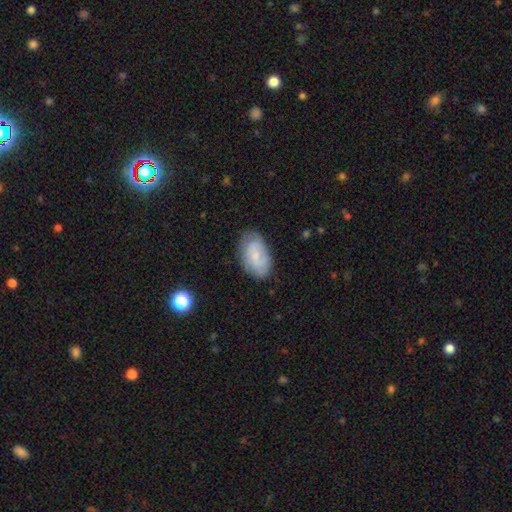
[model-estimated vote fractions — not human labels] Overall: smooth (54%; featured or disk 39%). How rounded: in between (92%). Merging: none (76%).